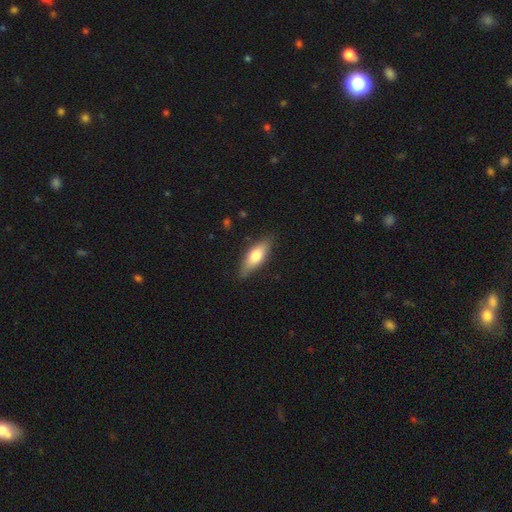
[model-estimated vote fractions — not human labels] A smooth galaxy with no disk features (67%) that is in between round and cigar-shaped (63%). Merging: none (82%).